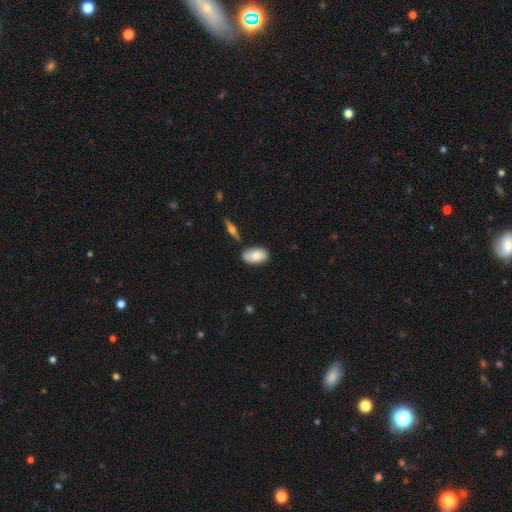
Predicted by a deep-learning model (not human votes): Smooth or featured?
  - smooth: 78% *
  - featured or disk: 16%
  - star or artifact: 7%
How rounded?
  - in between: 92% *
  - round: 5%
  - cigar-shaped: 3%
Merging?
  - none: 63% *
  - minor disturbance: 23%
  - merger: 9%
  - major disturbance: 4%